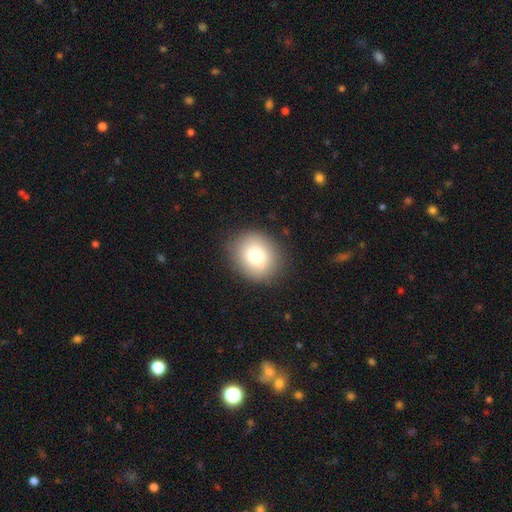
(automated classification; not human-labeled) Smooth or featured?
  - smooth: 79% *
  - featured or disk: 12%
  - star or artifact: 10%
How rounded?
  - round: 69% *
  - in between: 30%
  - cigar-shaped: 1%
Merging?
  - none: 86% *
  - minor disturbance: 10%
  - major disturbance: 3%
  - merger: 1%